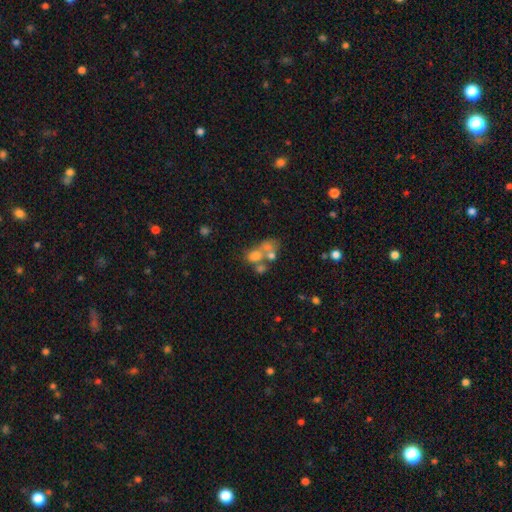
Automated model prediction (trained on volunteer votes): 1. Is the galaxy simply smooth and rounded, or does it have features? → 56% smooth, 28% featured or disk, 17% star or artifact.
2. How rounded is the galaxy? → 54% round, 45% in between, 2% cigar-shaped.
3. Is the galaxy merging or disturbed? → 54% merger, 27% none, 10% major disturbance, 8% minor disturbance.